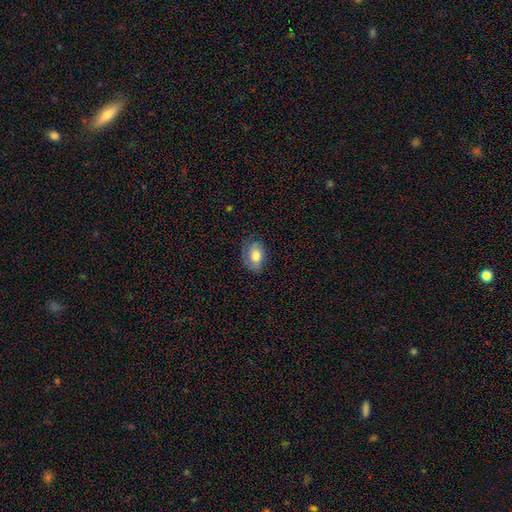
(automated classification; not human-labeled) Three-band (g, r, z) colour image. It shows a smooth galaxy with no disk features (74%) that is in between round and cigar-shaped (85%). Merging: none (68%).